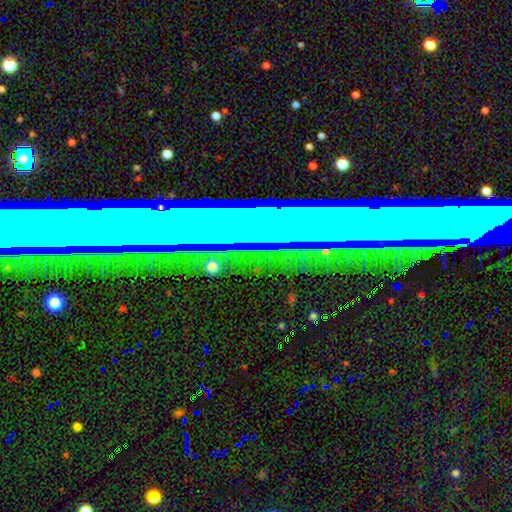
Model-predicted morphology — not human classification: smooth_or_featured: star or artifact (p=0.58) [alt: featured or disk p=0.25]